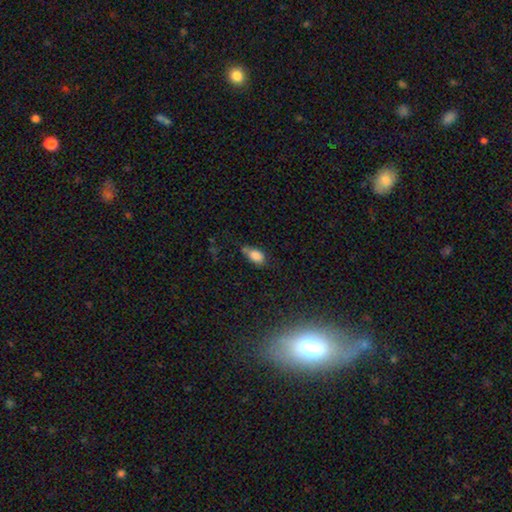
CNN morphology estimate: smooth-or-featured: smooth: 83% | star or artifact: 9% | featured or disk: 8%
  how-rounded: in between: 87% | round: 10% | cigar-shaped: 4%
  merging: none: 44% | minor disturbance: 35% | merger: 11% | major disturbance: 10%